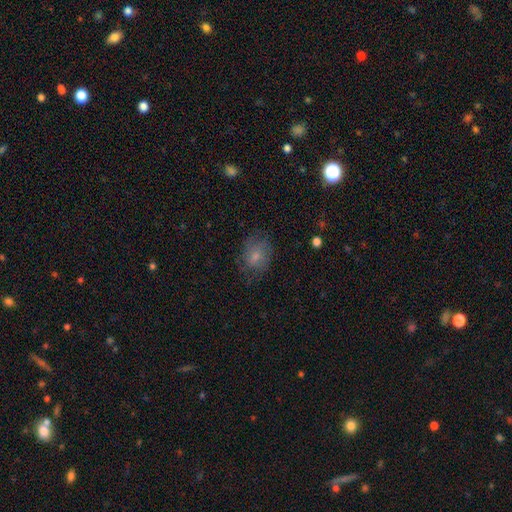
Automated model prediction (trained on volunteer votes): Smooth or featured? smooth (70%)
How rounded? in between (56%)
Merging? none (66%)